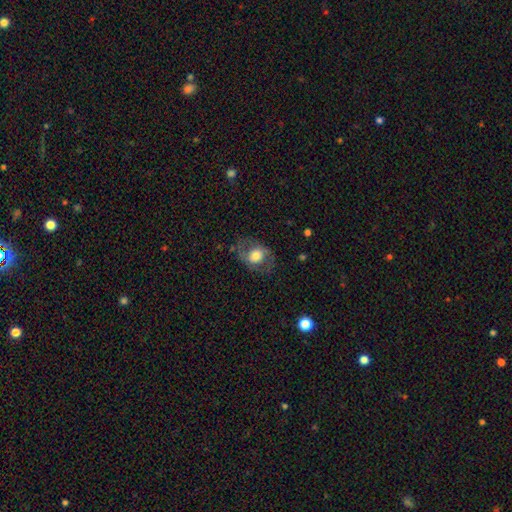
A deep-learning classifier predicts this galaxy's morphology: type=smooth (57%); roundness=in between (57%); merging=none (66%).